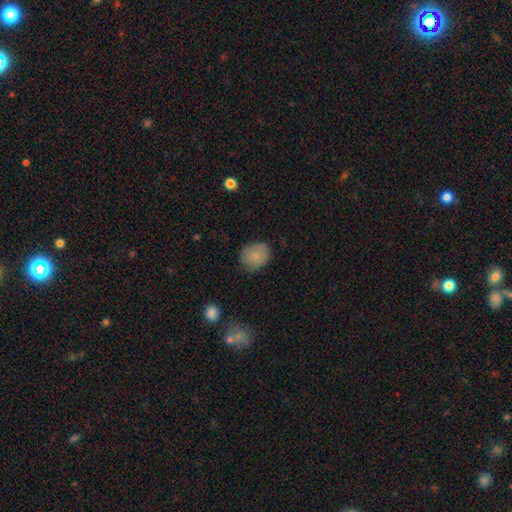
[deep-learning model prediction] A smooth galaxy with no disk features (84%) that is round (69%).

Vote fractions:
- Smooth or featured? smooth: 84% / star or artifact: 8% / featured or disk: 8%
- How rounded? round: 69% / in between: 30% / cigar-shaped: 1%
- Merging? none: 78% / minor disturbance: 17% / major disturbance: 4% / merger: 1%